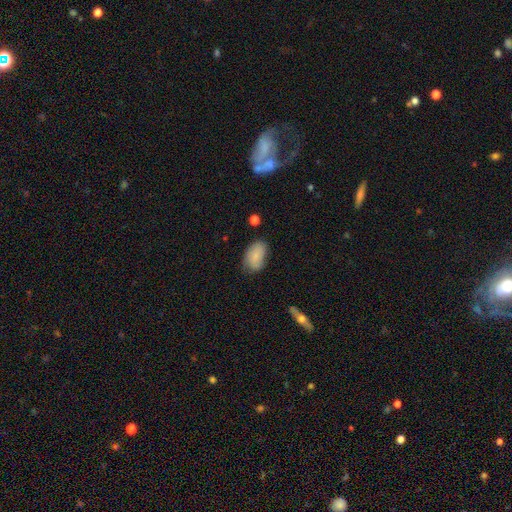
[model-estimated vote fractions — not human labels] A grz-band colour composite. It shows a smooth galaxy with no disk features (83%) that is in between round and cigar-shaped (92%). Merging: none (66%).